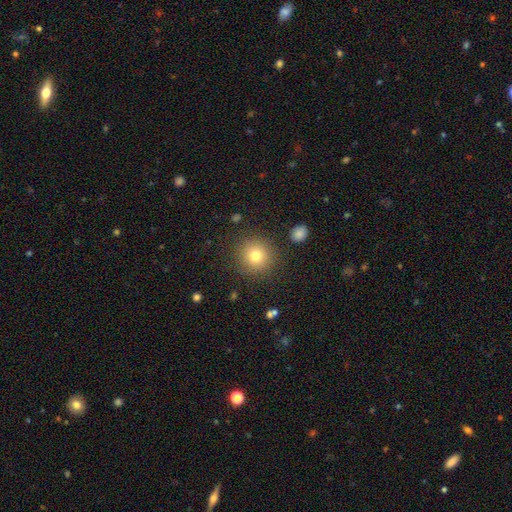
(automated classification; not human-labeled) Smooth or featured?
  - smooth: 78% *
  - star or artifact: 12%
  - featured or disk: 10%
How rounded?
  - round: 93% *
  - in between: 6%
  - cigar-shaped: 1%
Merging?
  - none: 88% *
  - minor disturbance: 7%
  - major disturbance: 3%
  - merger: 2%